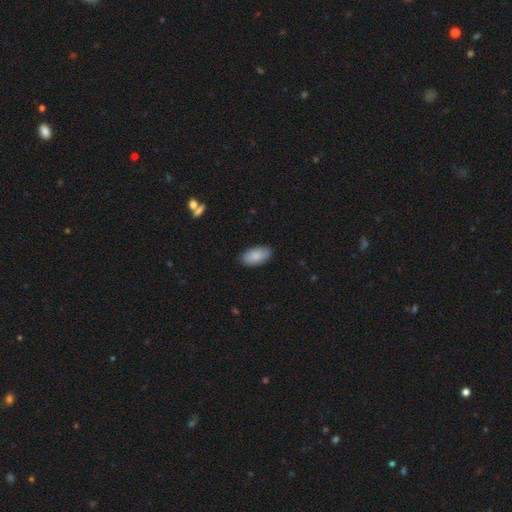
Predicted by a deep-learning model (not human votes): A smooth galaxy with no disk features (87%) that is in between round and cigar-shaped (95%). Merging: none (87%).